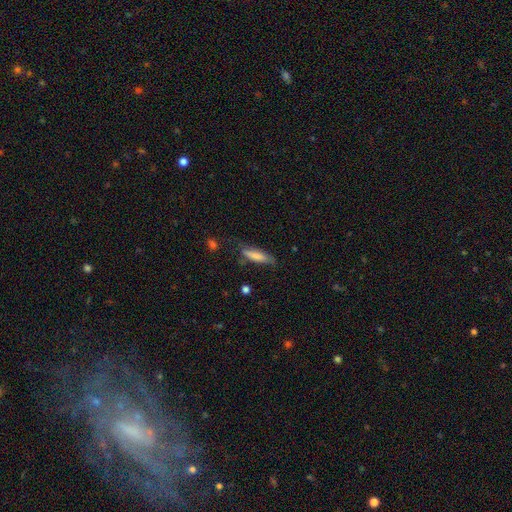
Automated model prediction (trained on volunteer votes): Smooth or featured? Predicted: smooth (p=0.75). How rounded? Predicted: cigar-shaped (p=0.73). Merging? Predicted: none (p=0.66).